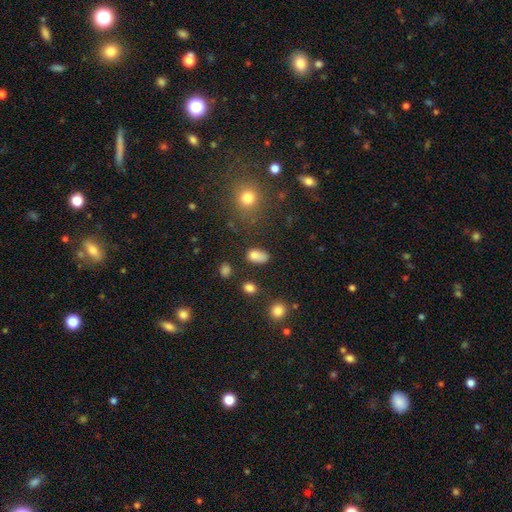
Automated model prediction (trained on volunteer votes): Morphology: type=smooth (80%); roundness=in between (86%); merging=none (65%).